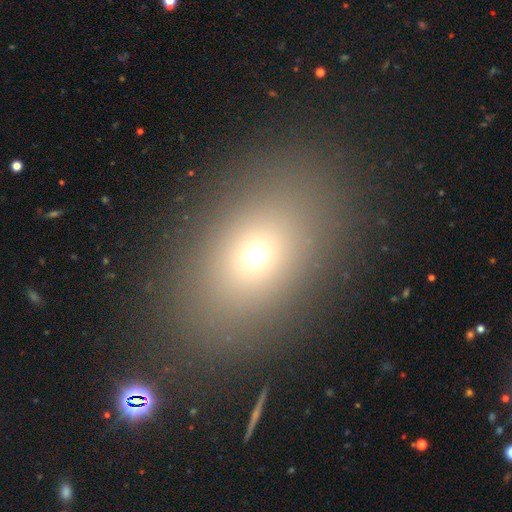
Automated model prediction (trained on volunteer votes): A smooth galaxy with no disk features (67%) that is in between round and cigar-shaped (69%).

Vote fractions:
- Smooth or featured? smooth: 67% / star or artifact: 20% / featured or disk: 13%
- How rounded? in between: 69% / round: 29% / cigar-shaped: 2%
- Merging? none: 84% / minor disturbance: 8% / major disturbance: 5% / merger: 3%